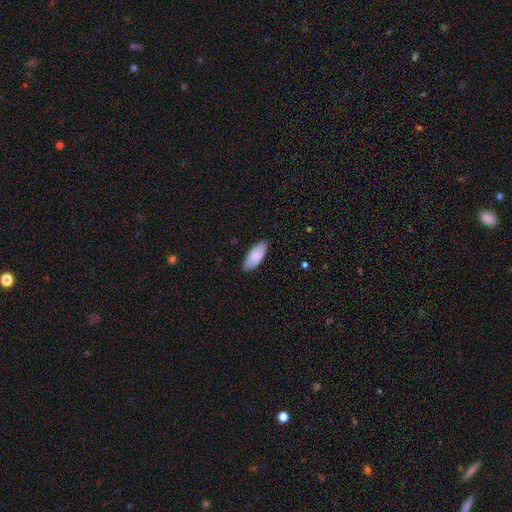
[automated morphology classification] A smooth galaxy with no disk features (88%) that is in between round and cigar-shaped (83%). Merging: none (87%).